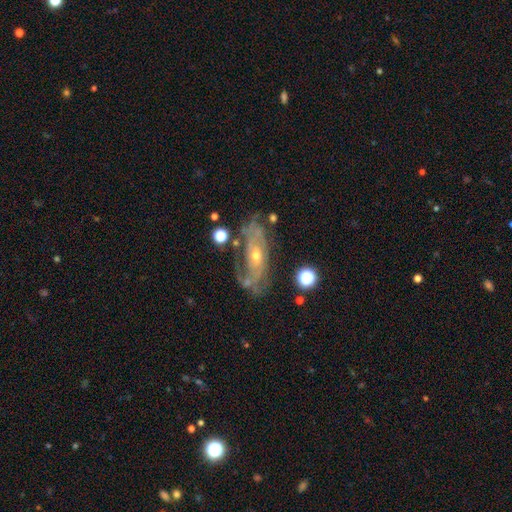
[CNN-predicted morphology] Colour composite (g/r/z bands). It shows a featured or disk galaxy (75%) with no bar (64%), spiral arms (75%) and a small central bulge (59%). Merging: none (68%).